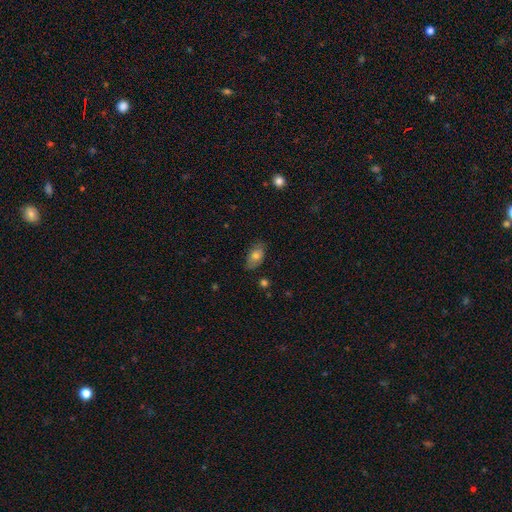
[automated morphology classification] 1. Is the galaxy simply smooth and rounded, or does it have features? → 74% smooth, 18% featured or disk, 8% star or artifact.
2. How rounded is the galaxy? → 91% in between, 6% round, 3% cigar-shaped.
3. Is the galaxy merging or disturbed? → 78% none, 18% minor disturbance, 3% major disturbance, 1% merger.